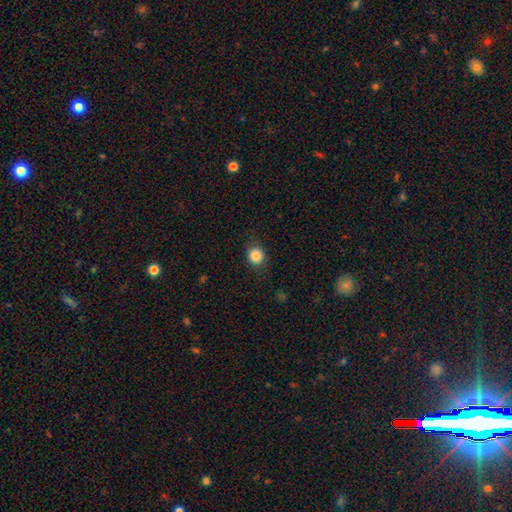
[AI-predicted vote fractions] smooth 84%, star or artifact 10%, featured or disk 6%. Down the decision tree: how rounded — round (81%); merging — none (83%).